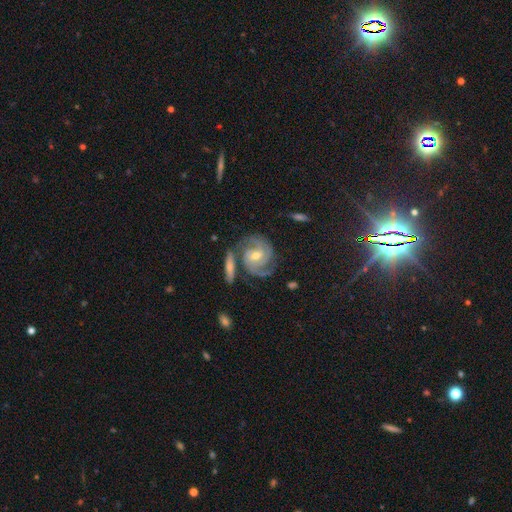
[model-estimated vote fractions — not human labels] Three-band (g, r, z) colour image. It shows a featured or disk galaxy (90%) with no bar (49%), 2 (44%) tight (63%) spiral arms (98%) and a moderate central bulge (54%). Merging: none (70%).